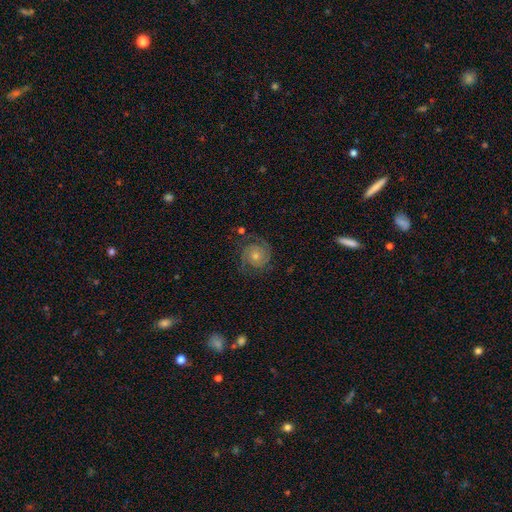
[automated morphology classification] Smooth or featured?
  - featured or disk: 80% *
  - smooth: 10%
  - star or artifact: 9%
Edge-on disk?
  - no: 98% *
  - yes: 2%
Bar?
  - no: 78% *
  - weak: 18%
  - strong: 4%
Spiral arms?
  - yes: 97% *
  - no: 3%
Spiral winding?
  - tight: 64% *
  - medium: 30%
  - loose: 6%
Spiral arm count?
  - 2: 69% *
  - 3: 11%
  - can't tell: 11%
  - 1: 3%
  - 4: 3%
  - more than 4: 3%
Bulge size?
  - moderate: 48% *
  - small: 46%
  - large: 3%
  - none: 2%
  - dominant: 1%
Merging?
  - none: 81% *
  - minor disturbance: 12%
  - major disturbance: 6%
  - merger: 2%